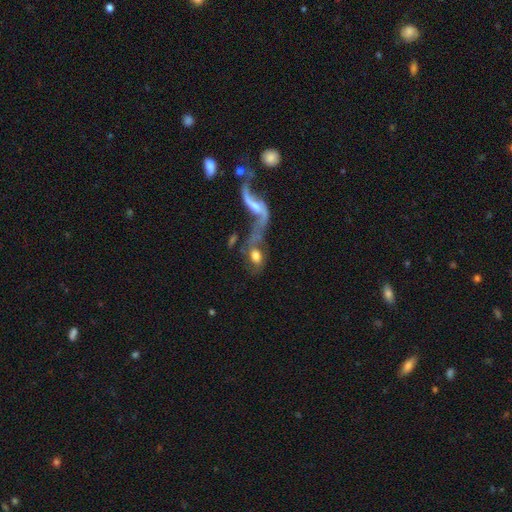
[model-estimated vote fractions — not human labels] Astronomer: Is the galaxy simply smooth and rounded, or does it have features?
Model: smooth — 46% (runner-up: featured or disk, 45%).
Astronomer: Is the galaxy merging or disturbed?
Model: merger — 61%.